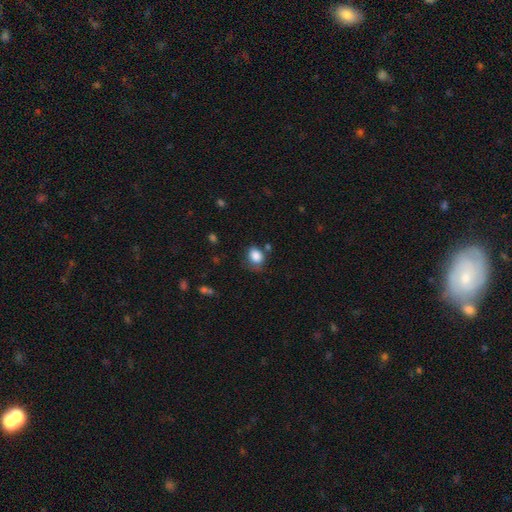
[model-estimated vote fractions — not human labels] Smooth or featured: smooth — 85% (star or artifact — 9%)
How rounded: in between — 54% (round — 45%)
Merging: none — 61% (minor disturbance — 25%)